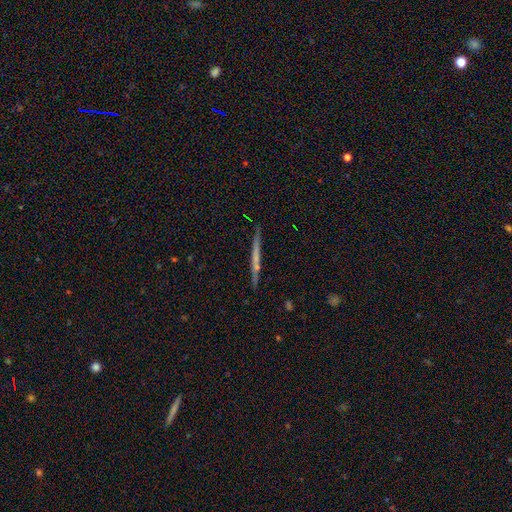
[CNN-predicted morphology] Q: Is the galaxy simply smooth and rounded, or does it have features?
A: featured or disk — 52%.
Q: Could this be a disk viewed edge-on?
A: yes — 97%.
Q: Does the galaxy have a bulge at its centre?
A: none — 80%.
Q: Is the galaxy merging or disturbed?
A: none — 89%.